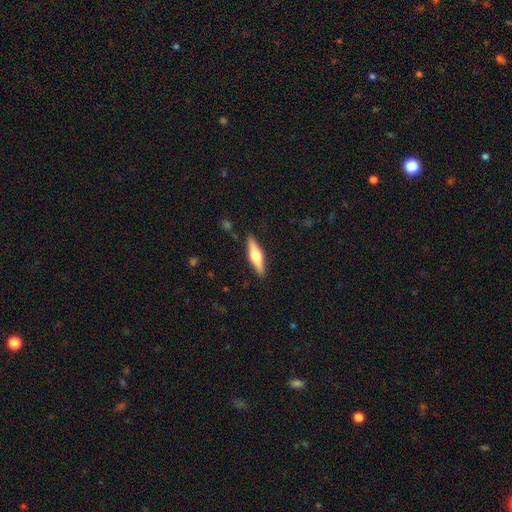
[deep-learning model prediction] A featured or disk galaxy (53%) viewed edge-on (95%) with a rounded central bulge (93%). Merging: none (89%).